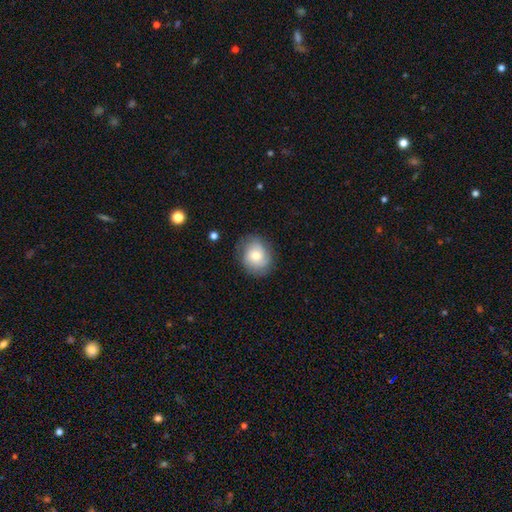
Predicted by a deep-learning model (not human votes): A smooth galaxy with no disk features (61%) that is round (62%).

Vote fractions:
- Smooth or featured? smooth: 61% / featured or disk: 31% / star or artifact: 8%
- How rounded? round: 62% / in between: 37% / cigar-shaped: 1%
- Merging? none: 76% / minor disturbance: 17% / major disturbance: 5% / merger: 1%